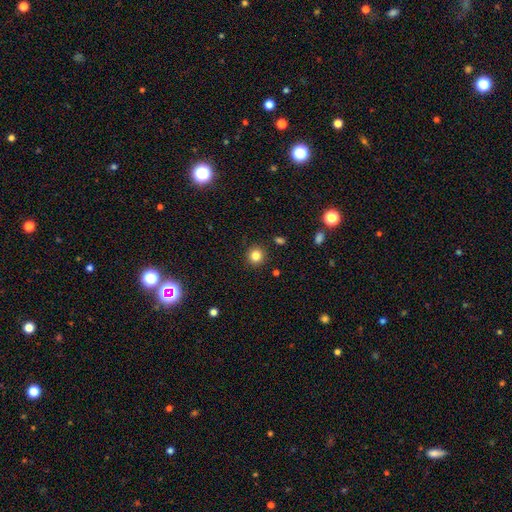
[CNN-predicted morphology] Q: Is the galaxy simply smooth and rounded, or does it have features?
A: smooth — 83%.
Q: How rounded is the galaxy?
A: round — 93%.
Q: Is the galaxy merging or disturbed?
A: none — 91%.